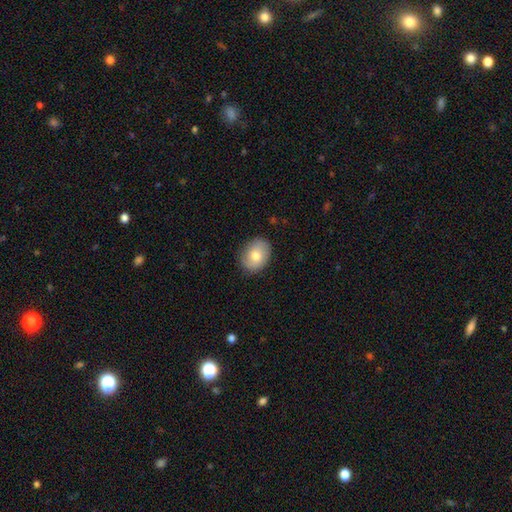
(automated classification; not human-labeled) Overall: smooth (74%). How rounded: in between (60%; round 39%). Merging: none (83%).